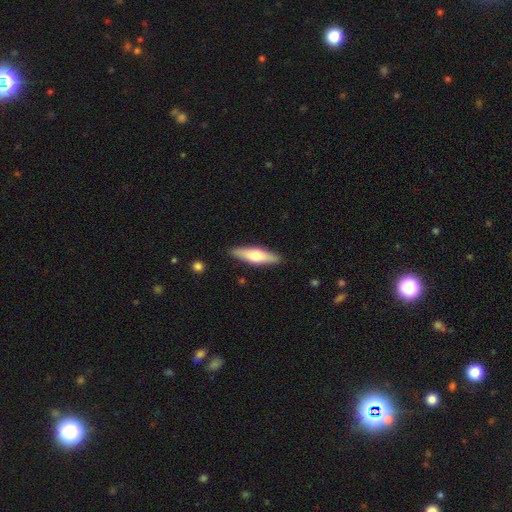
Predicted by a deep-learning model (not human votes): Morphology: type=smooth (53%); roundness=cigar-shaped (65%); merging=none (89%).